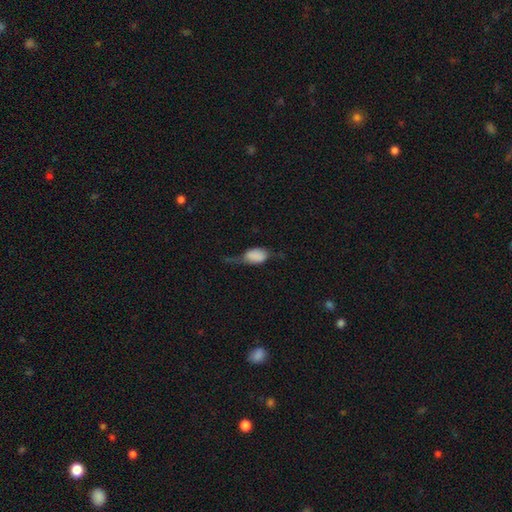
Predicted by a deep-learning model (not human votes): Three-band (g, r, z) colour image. It shows a smooth galaxy with no disk features (74%) that is in between round and cigar-shaped (90%). Merging: major disturbance (37%).